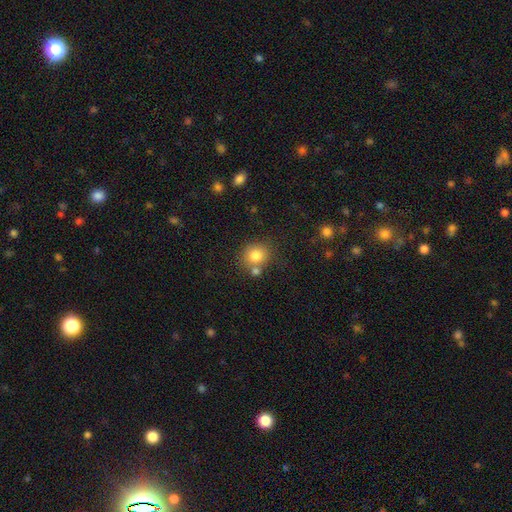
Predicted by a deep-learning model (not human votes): smooth-or-featured: smooth: 81% | star or artifact: 11% | featured or disk: 9%
  how-rounded: round: 81% | in between: 18% | cigar-shaped: 1%
  merging: none: 65% | merger: 20% | minor disturbance: 11% | major disturbance: 4%